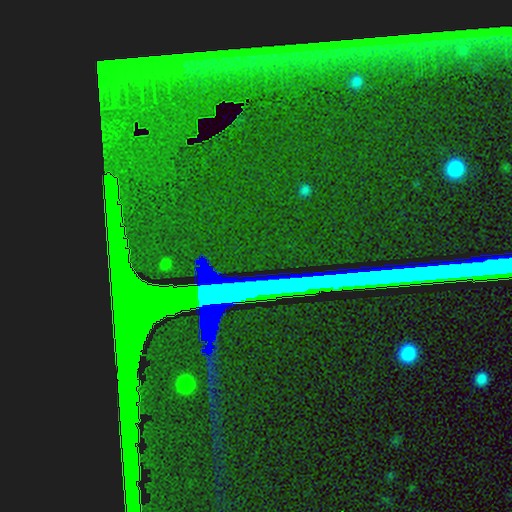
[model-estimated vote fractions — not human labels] Smooth or featured?
  - star or artifact: 85% *
  - featured or disk: 9%
  - smooth: 6%